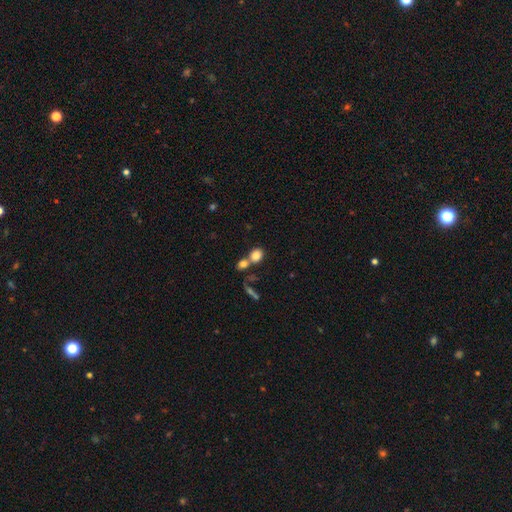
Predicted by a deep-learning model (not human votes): Smooth or featured: smooth — 81% (star or artifact — 10%)
How rounded: round — 54% (in between — 44%)
Merging: none — 44% (merger — 42%)